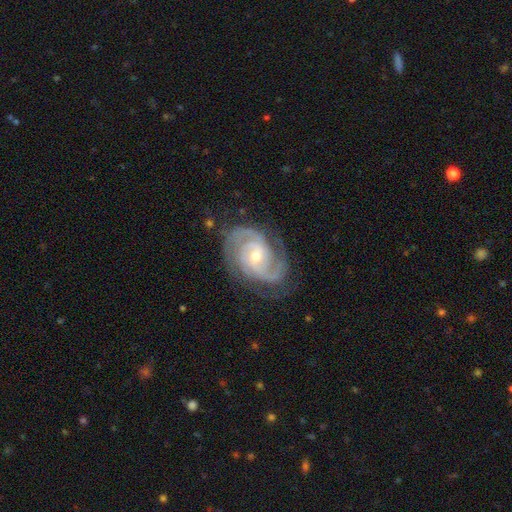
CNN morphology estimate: A featured or disk galaxy (92%) with no bar (54%), 2 (58%) tight (57%) spiral arms (98%) and a small central bulge (59%).

Vote fractions:
- Smooth or featured? featured or disk: 92% / star or artifact: 4% / smooth: 4%
- Edge-on disk? no: 98% / yes: 2%
- Bar? no: 54% / weak: 36% / strong: 10%
- Spiral arms? yes: 98% / no: 2%
- Spiral winding? tight: 57% / medium: 38% / loose: 6%
- Spiral arm count? 2: 58% / 3: 22% / can't tell: 9% / 4: 4% / 1: 3% / more than 4: 3%
- Bulge size? small: 59% / moderate: 38% / large: 1% / none: 1% / dominant: 1%
- Merging? none: 75% / minor disturbance: 17% / major disturbance: 6% / merger: 1%